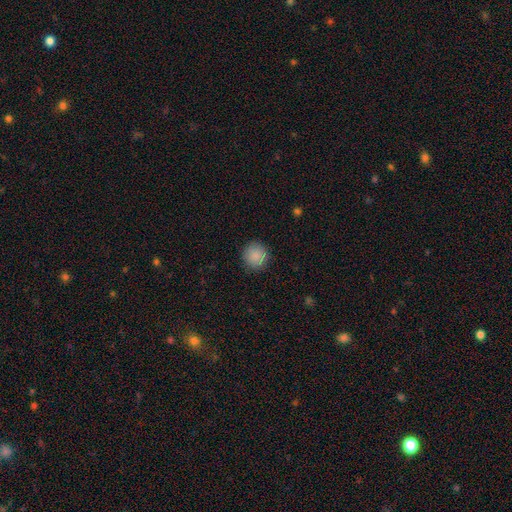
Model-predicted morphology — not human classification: Smooth or featured?
  - smooth: 87% *
  - star or artifact: 9%
  - featured or disk: 4%
How rounded?
  - round: 94% *
  - in between: 5%
  - cigar-shaped: 1%
Merging?
  - none: 90% *
  - minor disturbance: 7%
  - major disturbance: 2%
  - merger: 1%